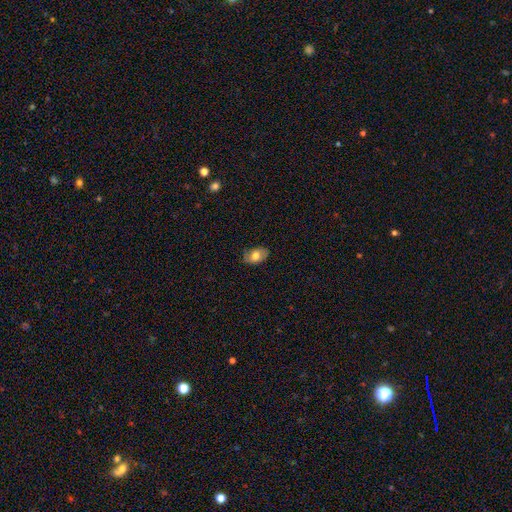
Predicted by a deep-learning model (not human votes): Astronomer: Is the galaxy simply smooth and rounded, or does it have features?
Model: smooth — 66%.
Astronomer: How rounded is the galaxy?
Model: in between — 88%.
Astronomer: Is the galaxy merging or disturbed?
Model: none — 72%.